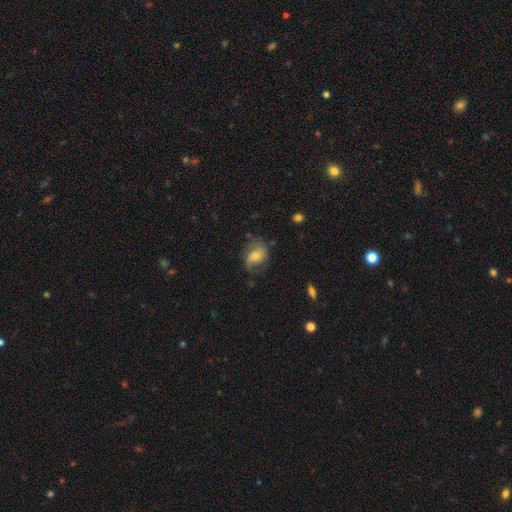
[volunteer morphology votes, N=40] Q: Smooth or featured?
A: featured or disk (57%); runner-up: smooth (35%)
Q: Edge-on disk?
A: no (100%)
Q: Bar?
A: no (70%); runner-up: weak (17%)
Q: Spiral arms?
A: yes (83%); runner-up: no (17%)
Q: Spiral winding?
A: medium (58%); runner-up: loose (32%)
Q: Spiral arm count?
A: 2 (79%); runner-up: 1 (11%)
Q: Bulge size?
A: moderate (61%); runner-up: small (22%)
Q: Merging?
A: none (43%); runner-up: minor disturbance (38%)